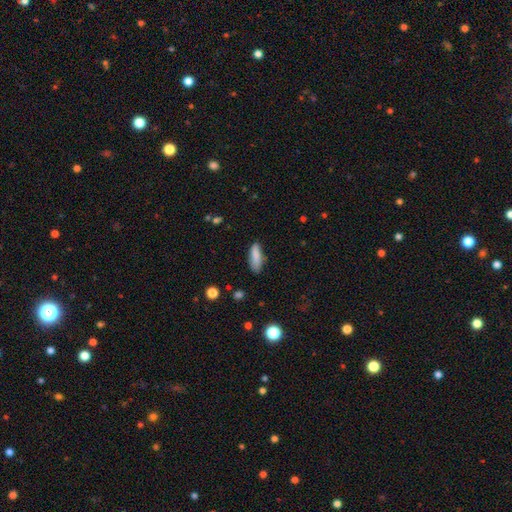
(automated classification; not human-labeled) smooth_or_featured: smooth (p=0.84) [alt: featured or disk p=0.09]
how_rounded: in between (p=0.58) [alt: cigar-shaped p=0.40]
merging: none (p=0.70) [alt: minor disturbance p=0.23]